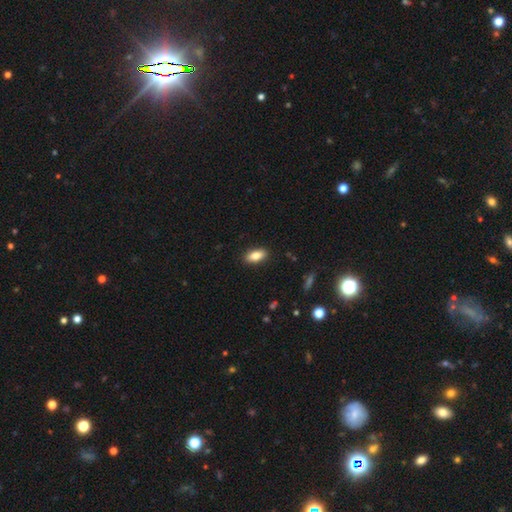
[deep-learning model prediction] Morphology: type=smooth (82%); roundness=in between (87%); merging=none (89%).